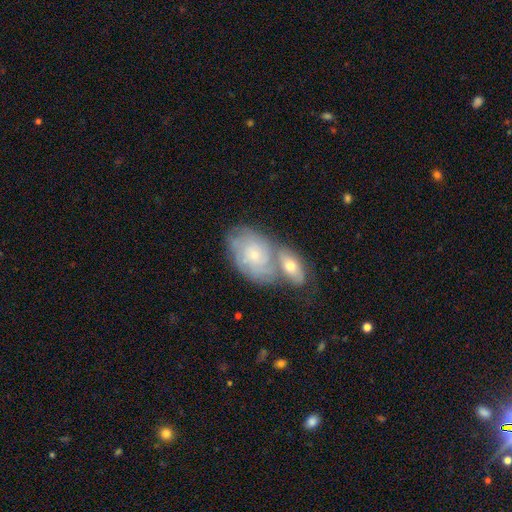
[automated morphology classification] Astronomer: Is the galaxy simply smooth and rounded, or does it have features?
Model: featured or disk — 59%.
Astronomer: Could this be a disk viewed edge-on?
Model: no — 94%.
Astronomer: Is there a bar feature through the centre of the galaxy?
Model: no — 81%.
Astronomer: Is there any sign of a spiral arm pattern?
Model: yes — 74%.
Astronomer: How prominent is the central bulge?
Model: small — 67%.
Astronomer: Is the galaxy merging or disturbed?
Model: merger — 49% (runner-up: none, 35%).